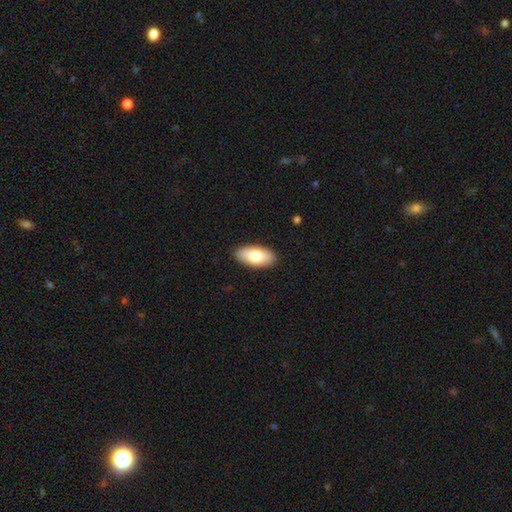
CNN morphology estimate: Smooth or featured? smooth (80%)
How rounded? in between (91%)
Merging? none (89%)